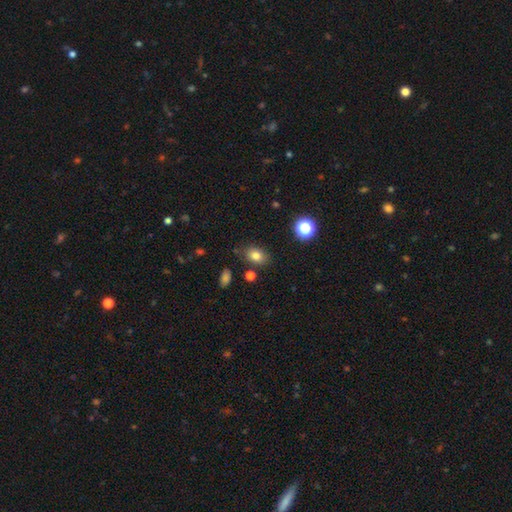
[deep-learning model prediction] This appears to be a smooth galaxy with no disk features (79%) that is in between round and cigar-shaped (75%). Merging: none (78%).